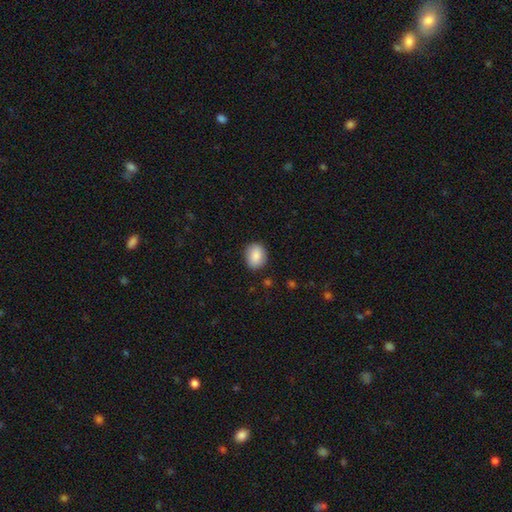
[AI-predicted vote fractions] A smooth galaxy with no disk features (88%) that is round (51%).

Vote fractions:
- Smooth or featured? smooth: 88% / star or artifact: 7% / featured or disk: 5%
- How rounded? round: 51% / in between: 48% / cigar-shaped: 1%
- Merging? none: 87% / minor disturbance: 10% / major disturbance: 2% / merger: 1%